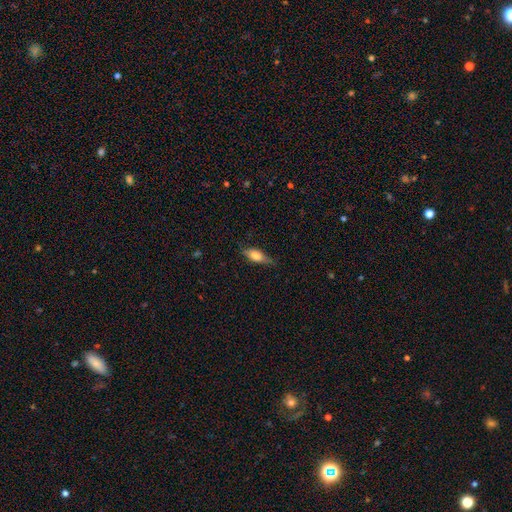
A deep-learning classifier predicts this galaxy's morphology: Smooth or featured: smooth — 66% (featured or disk — 27%)
How rounded: in between — 69% (cigar-shaped — 27%)
Merging: none — 71% (minor disturbance — 23%)